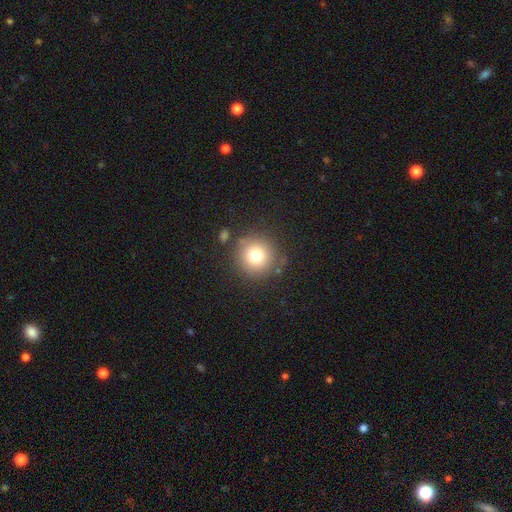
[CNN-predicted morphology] Overall: smooth (77%). How rounded: round (95%). Merging: none (84%).